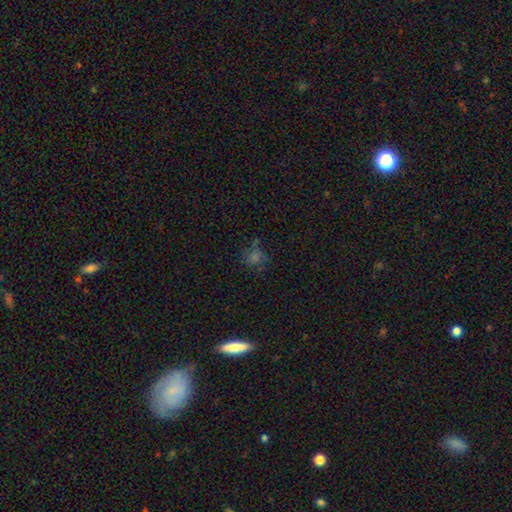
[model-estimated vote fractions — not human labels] Q: Smooth or featured?
A: smooth (46%); runner-up: star or artifact (33%)
Q: Merging?
A: none (70%); runner-up: minor disturbance (16%)